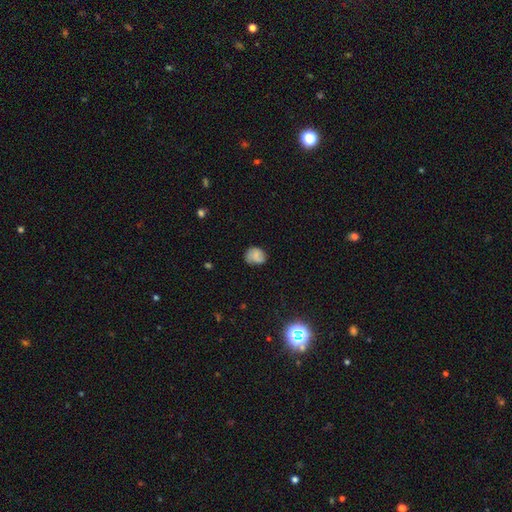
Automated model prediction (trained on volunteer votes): Overall: smooth (63%; featured or disk 26%). How rounded: round (56%; in between 43%). Merging: none (65%; minor disturbance 26%).